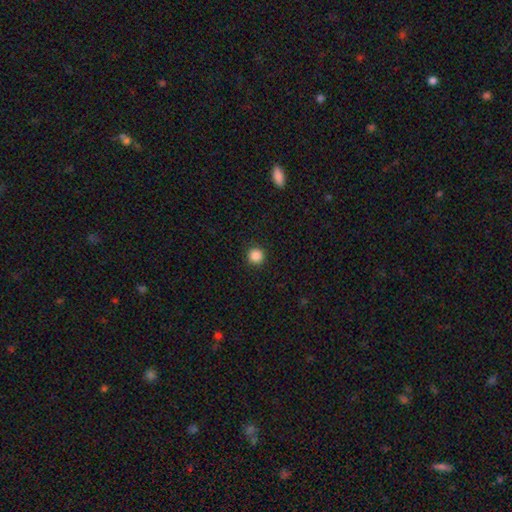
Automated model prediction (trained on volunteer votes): This appears to be a smooth galaxy with no disk features (87%) that is round (96%). Merging: none (93%).